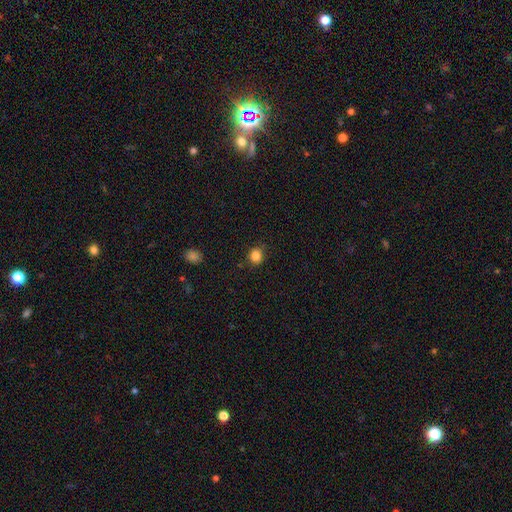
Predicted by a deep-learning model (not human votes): smooth_or_featured: smooth (p=0.85) [alt: star or artifact p=0.12]
how_rounded: round (p=0.78) [alt: in between p=0.21]
merging: none (p=0.82) [alt: minor disturbance p=0.13]